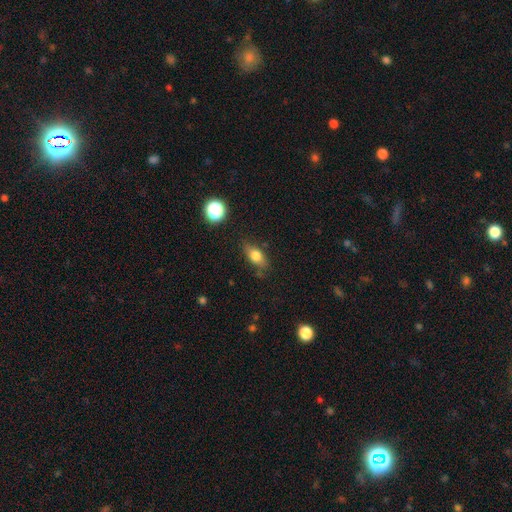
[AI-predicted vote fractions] Q: Smooth or featured?
A: smooth (75%); runner-up: featured or disk (16%)
Q: How rounded?
A: in between (77%); runner-up: round (12%)
Q: Merging?
A: none (76%); runner-up: minor disturbance (17%)